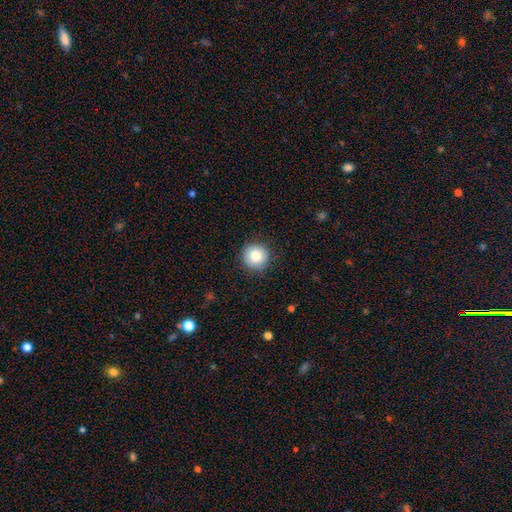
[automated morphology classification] Smooth or featured?
  - smooth: 83% *
  - star or artifact: 9%
  - featured or disk: 8%
How rounded?
  - round: 94% *
  - in between: 5%
  - cigar-shaped: 1%
Merging?
  - none: 88% *
  - minor disturbance: 8%
  - major disturbance: 2%
  - merger: 1%